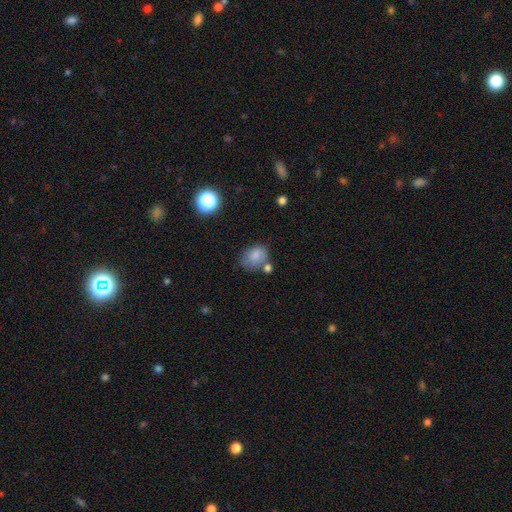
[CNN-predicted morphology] smooth_or_featured: smooth (p=0.80) [alt: star or artifact p=0.11]
how_rounded: in between (p=0.64) [alt: round p=0.34]
merging: none (p=0.53) [alt: minor disturbance p=0.24]